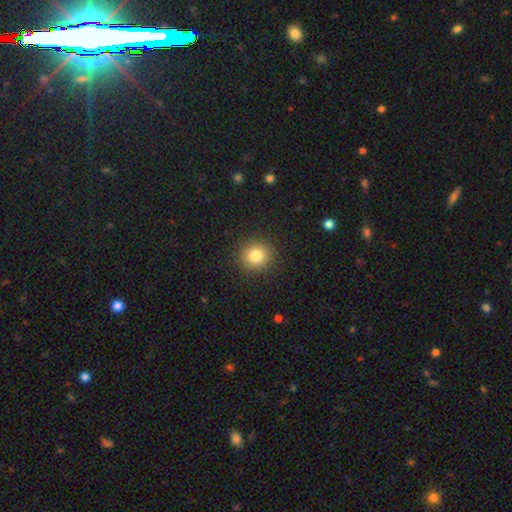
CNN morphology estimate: smooth 82%, star or artifact 11%, featured or disk 7%. Down the decision tree: how rounded — round (89%); merging — none (90%).